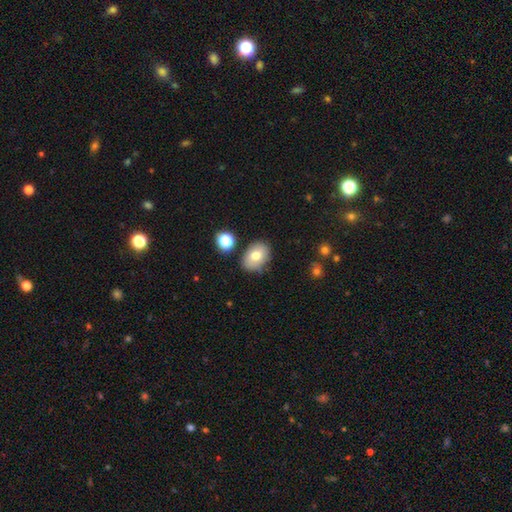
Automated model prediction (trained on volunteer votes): Overall: smooth (75%). How rounded: in between (77%). Merging: none (75%).